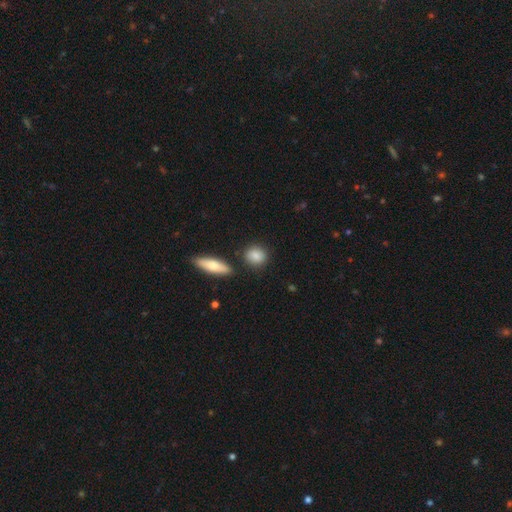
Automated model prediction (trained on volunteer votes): smooth_or_featured: smooth (p=0.86) [alt: featured or disk p=0.07]
how_rounded: round (p=0.60) [alt: in between p=0.35]
merging: none (p=0.82) [alt: minor disturbance p=0.10]